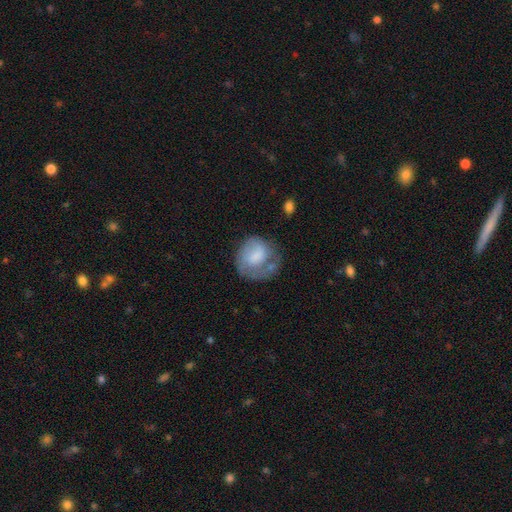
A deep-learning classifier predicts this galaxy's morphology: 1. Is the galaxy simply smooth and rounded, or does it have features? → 55% smooth, 38% featured or disk, 7% star or artifact.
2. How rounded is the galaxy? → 76% round, 23% in between, 1% cigar-shaped.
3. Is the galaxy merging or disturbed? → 43% none, 26% major disturbance, 26% minor disturbance, 5% merger.